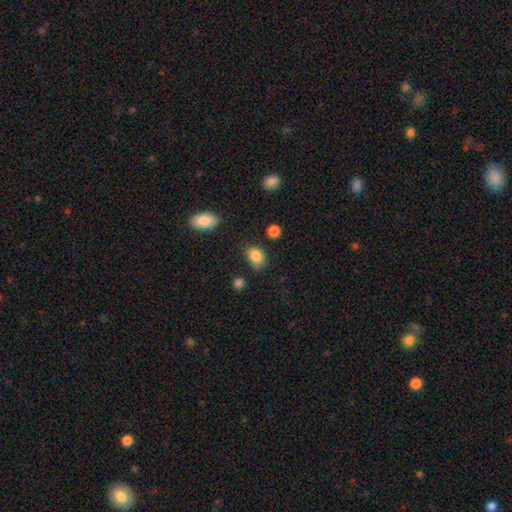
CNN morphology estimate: This appears to be a smooth galaxy with no disk features (83%) that is round (51%). Merging: none (67%).